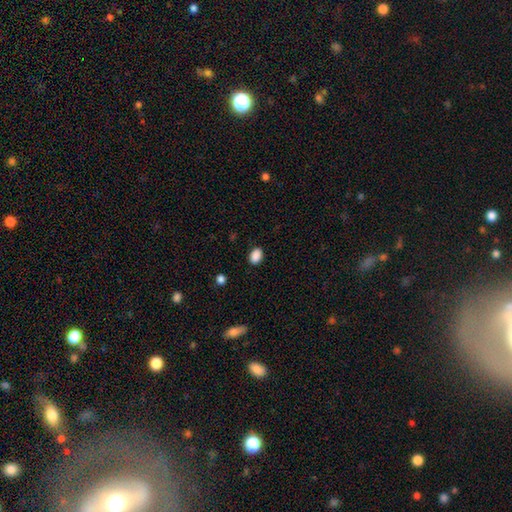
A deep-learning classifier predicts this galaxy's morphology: Overall: smooth (89%). How rounded: in between (80%). Merging: none (87%).